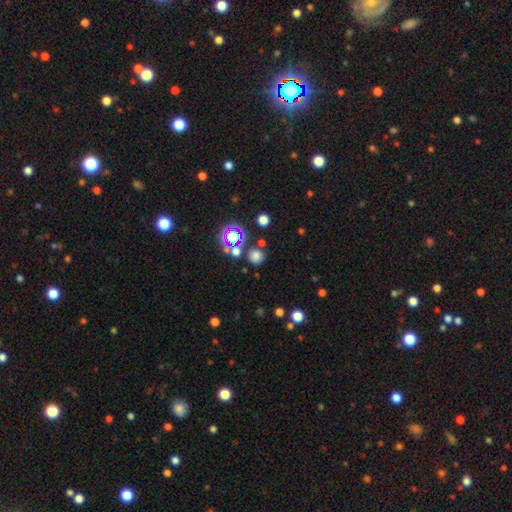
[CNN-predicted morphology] A smooth galaxy with no disk features (69%) that is round (90%).

Vote fractions:
- Smooth or featured? smooth: 69% / star or artifact: 25% / featured or disk: 7%
- How rounded? round: 90% / in between: 9% / cigar-shaped: 1%
- Merging? none: 77% / merger: 10% / minor disturbance: 9% / major disturbance: 4%